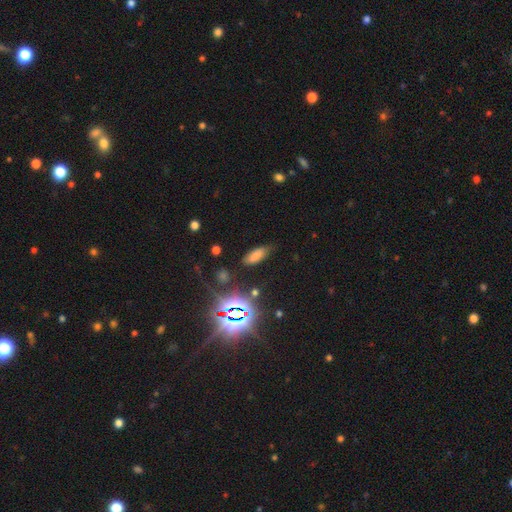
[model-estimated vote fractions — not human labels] Smooth or featured: smooth — 71% (star or artifact — 21%)
How rounded: in between — 75% (cigar-shaped — 21%)
Merging: none — 78% (minor disturbance — 15%)